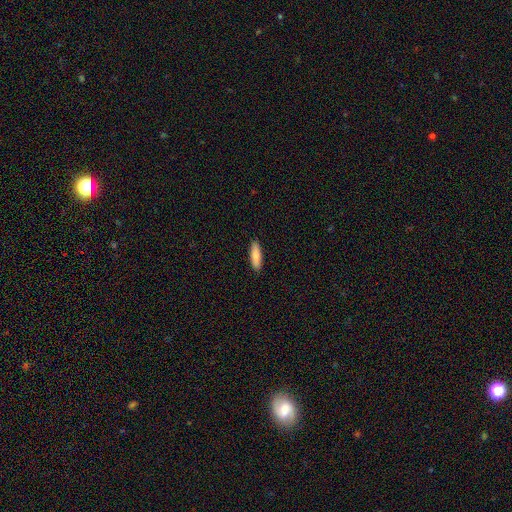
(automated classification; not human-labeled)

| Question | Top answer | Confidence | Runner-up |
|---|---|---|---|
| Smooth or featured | smooth | 85% | featured or disk (9%) |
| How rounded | cigar-shaped | 54% | in between (44%) |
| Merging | none | 90% | minor disturbance (7%) |